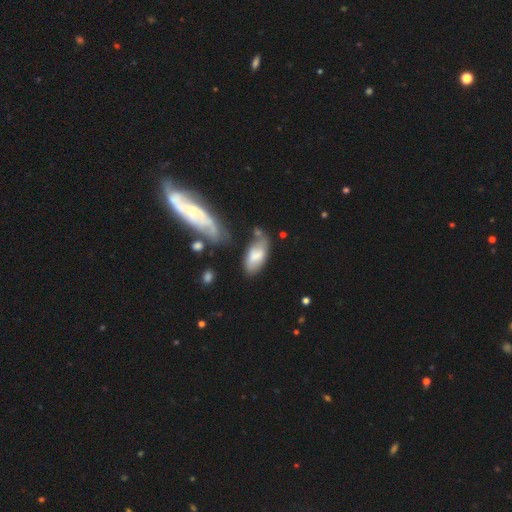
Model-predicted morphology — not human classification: smooth_or_featured: smooth (p=0.65) [alt: featured or disk p=0.28]
how_rounded: in between (p=0.90) [alt: cigar-shaped p=0.08]
merging: none (p=0.46) [alt: minor disturbance p=0.27]